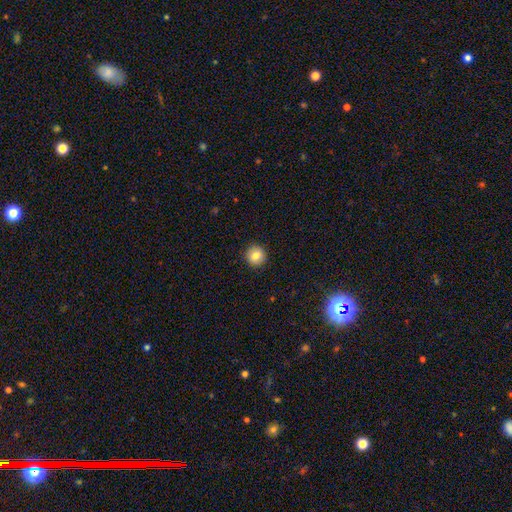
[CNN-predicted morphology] A smooth galaxy with no disk features (83%) that is round (94%). Merging: none (92%).